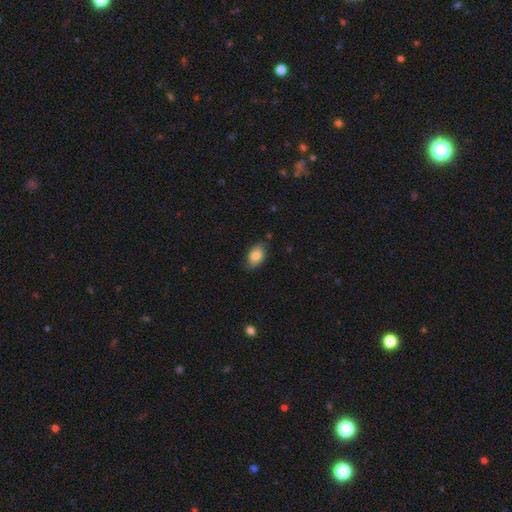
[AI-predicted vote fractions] Smooth or featured? Predicted: smooth (p=0.80). How rounded? Predicted: in between (p=0.89). Merging? Predicted: none (p=0.77).